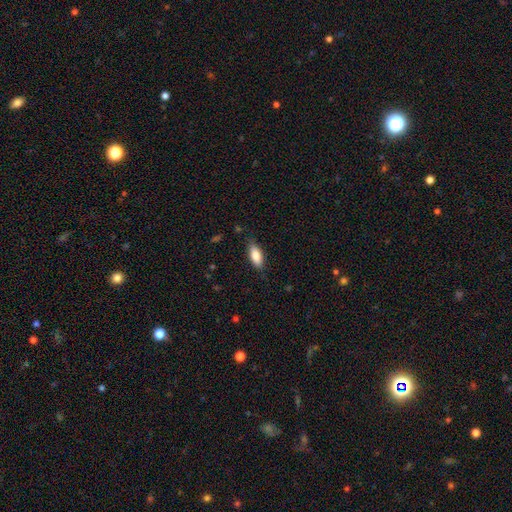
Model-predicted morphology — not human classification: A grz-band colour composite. It shows a smooth galaxy with no disk features (81%) that is in between round and cigar-shaped (79%). Merging: none (81%).